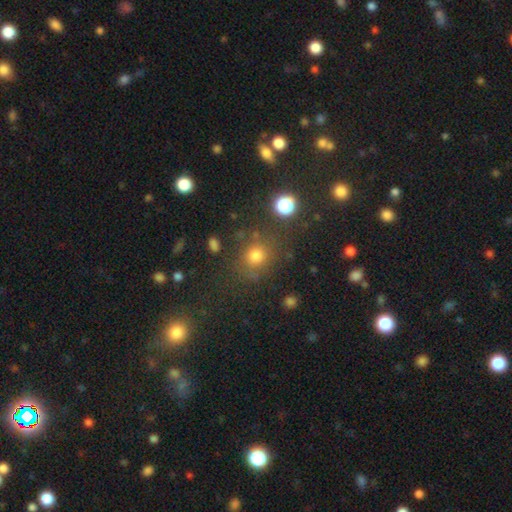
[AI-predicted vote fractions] Smooth or featured: smooth — 72% (star or artifact — 21%)
How rounded: round — 82% (in between — 17%)
Merging: none — 77% (minor disturbance — 12%)